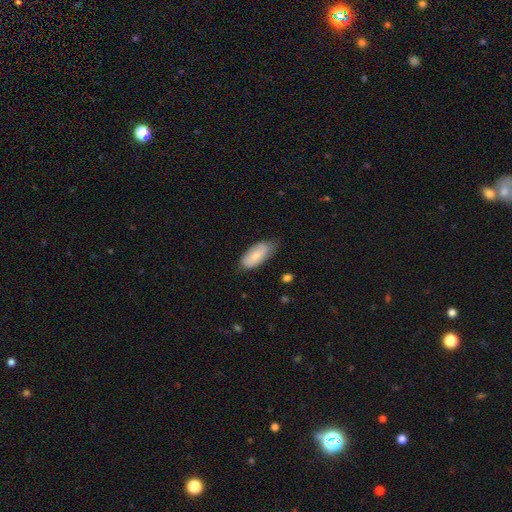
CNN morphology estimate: Smooth or featured?
  - smooth: 79% *
  - featured or disk: 15%
  - star or artifact: 6%
How rounded?
  - in between: 90% *
  - cigar-shaped: 8%
  - round: 2%
Merging?
  - none: 60% *
  - minor disturbance: 33%
  - major disturbance: 6%
  - merger: 1%